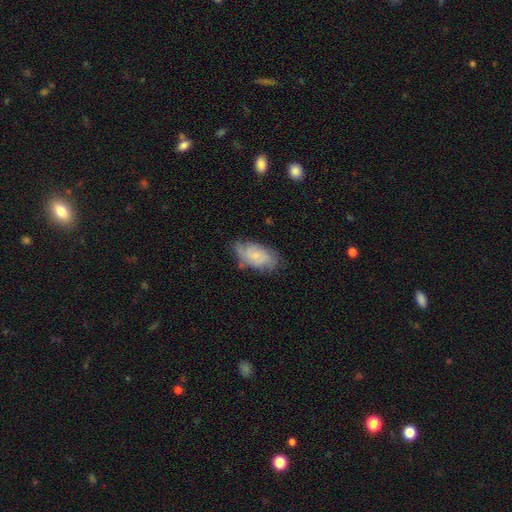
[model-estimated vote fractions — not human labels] smooth_or_featured: featured or disk (p=0.48) [alt: smooth p=0.44]
merging: none (p=0.64) [alt: minor disturbance p=0.27]